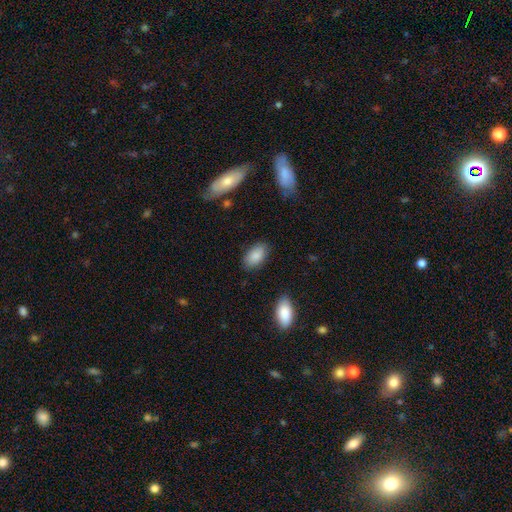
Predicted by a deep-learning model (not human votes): Overall: smooth (88%). How rounded: in between (94%). Merging: none (83%).